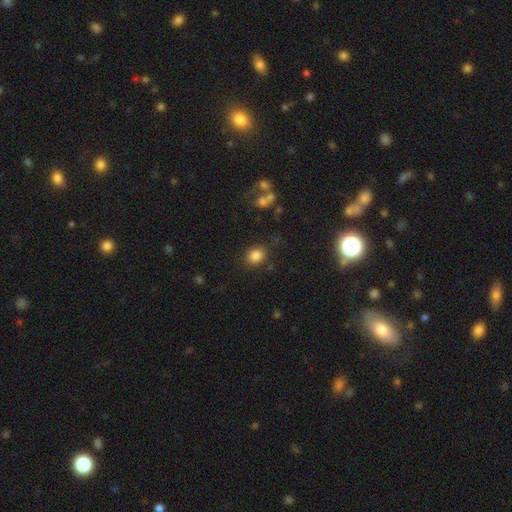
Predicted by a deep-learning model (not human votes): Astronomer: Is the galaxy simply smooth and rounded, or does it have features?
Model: smooth — 83%.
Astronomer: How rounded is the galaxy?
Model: round — 73%.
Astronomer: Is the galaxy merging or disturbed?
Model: none — 83%.